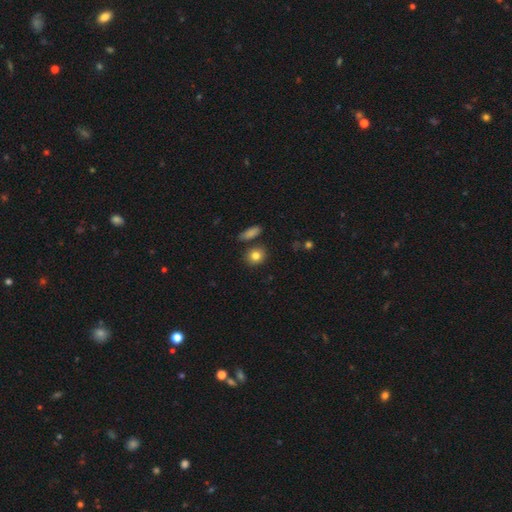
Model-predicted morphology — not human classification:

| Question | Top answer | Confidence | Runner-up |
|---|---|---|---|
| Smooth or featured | smooth | 83% | star or artifact (9%) |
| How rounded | round | 72% | in between (26%) |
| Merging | none | 80% | minor disturbance (10%) |